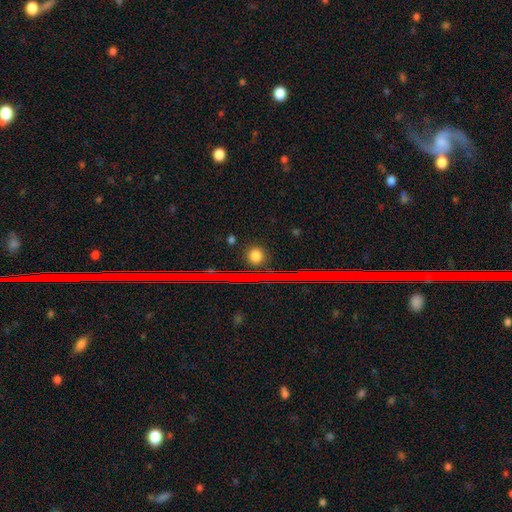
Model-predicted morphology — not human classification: smooth_or_featured: smooth (p=0.70) [alt: star or artifact p=0.23]
how_rounded: round (p=0.81) [alt: in between p=0.16]
merging: none (p=0.89) [alt: minor disturbance p=0.07]